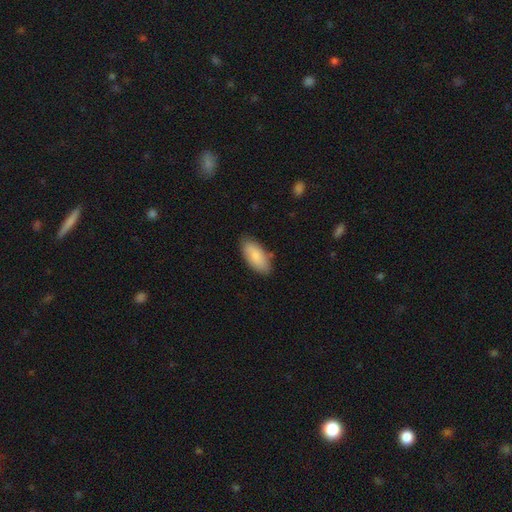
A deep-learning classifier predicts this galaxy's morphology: Smooth or featured? Predicted: smooth (p=0.84). How rounded? Predicted: in between (p=0.90). Merging? Predicted: none (p=0.81).